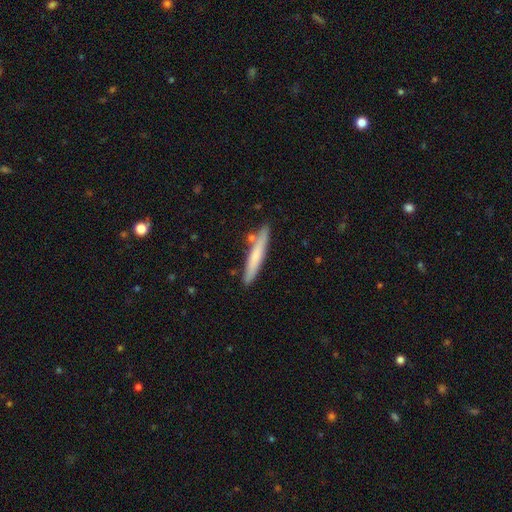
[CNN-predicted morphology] smooth-or-featured: smooth: 64% | featured or disk: 31% | star or artifact: 6%
  how-rounded: cigar-shaped: 94% | in between: 5% | round: 1%
  merging: none: 82% | minor disturbance: 11% | merger: 5% | major disturbance: 2%